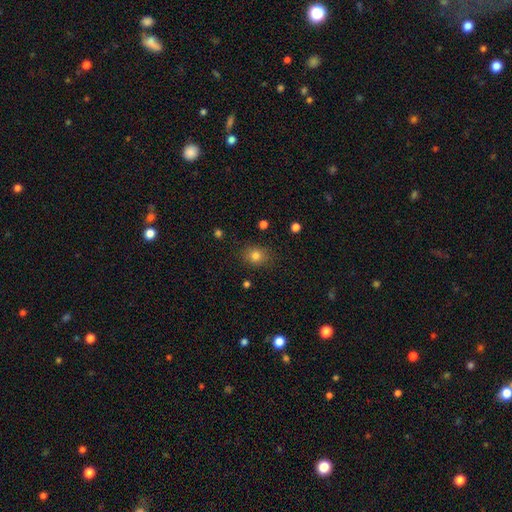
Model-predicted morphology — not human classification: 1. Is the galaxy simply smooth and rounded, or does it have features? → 80% smooth, 13% star or artifact, 7% featured or disk.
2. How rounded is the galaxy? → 62% round, 37% in between, 1% cigar-shaped.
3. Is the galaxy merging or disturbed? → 85% none, 10% minor disturbance, 3% major disturbance, 1% merger.